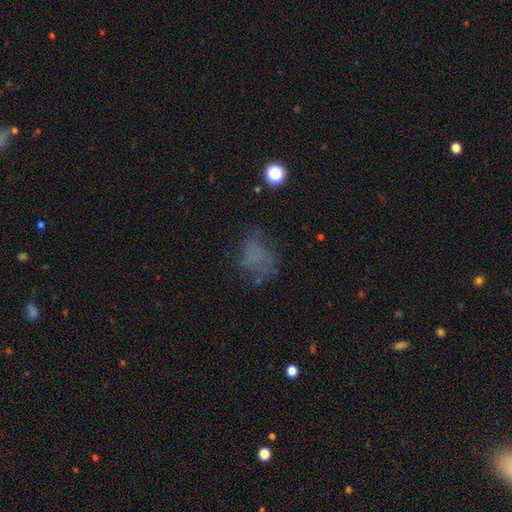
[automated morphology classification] This appears to be a smooth galaxy with no disk features (47%). Merging: none (50%).